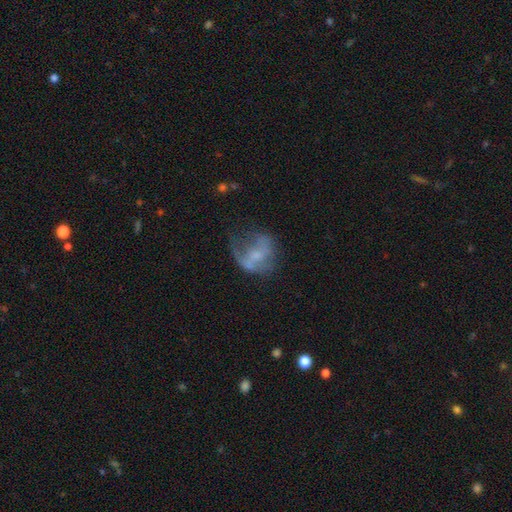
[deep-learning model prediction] Overall: featured or disk (53%; smooth 35%). Edge-on disk: no (97%). Bar: no (67%). Spiral arms: no (61%; yes 39%). Bulge size: small (38%; none 33%). Merging: major disturbance (42%; none 31%).